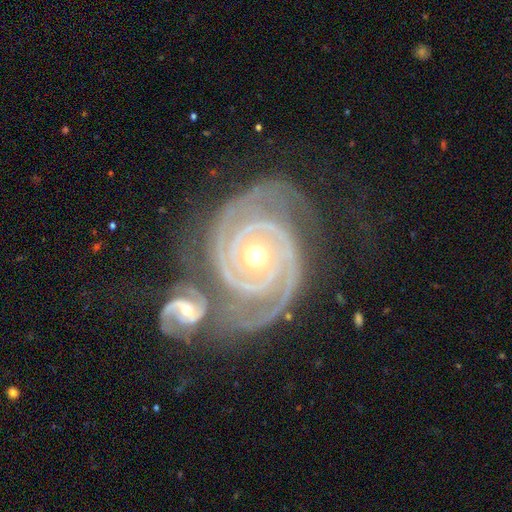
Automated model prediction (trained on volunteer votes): A featured or disk galaxy (94%) with no bar (68%), 2 (76%) tight (85%) spiral arms (99%) and a moderate central bulge (59%).

Vote fractions:
- Smooth or featured? featured or disk: 94% / star or artifact: 4% / smooth: 2%
- Edge-on disk? no: 98% / yes: 2%
- Bar? no: 68% / weak: 18% / strong: 13%
- Spiral arms? yes: 99% / no: 1%
- Spiral winding? tight: 85% / medium: 13% / loose: 2%
- Spiral arm count? 2: 76% / 3: 11% / can't tell: 4% / 4: 3% / more than 4: 3% / 1: 3%
- Bulge size? moderate: 59% / small: 38% / large: 2% / none: 1% / dominant: 1%
- Merging? none: 46% / merger: 31% / minor disturbance: 15% / major disturbance: 7%